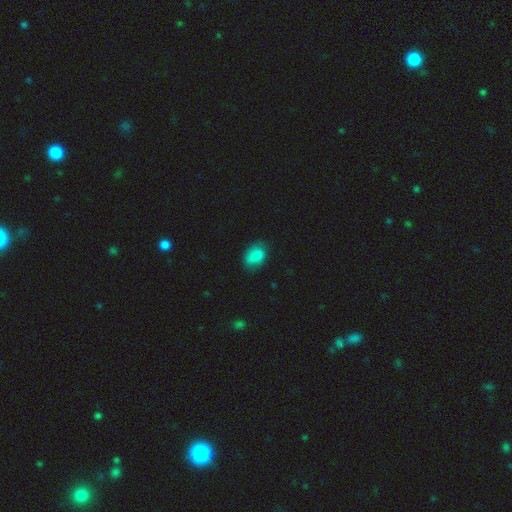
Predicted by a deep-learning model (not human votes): Smooth or featured?
  - smooth: 86% *
  - star or artifact: 8%
  - featured or disk: 6%
How rounded?
  - in between: 82% *
  - round: 16%
  - cigar-shaped: 2%
Merging?
  - none: 73% *
  - minor disturbance: 21%
  - major disturbance: 5%
  - merger: 1%